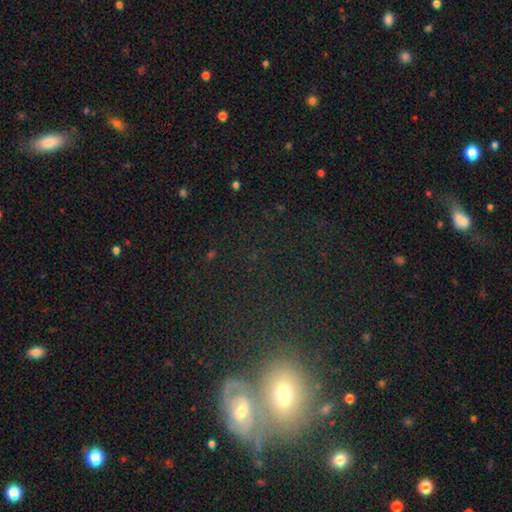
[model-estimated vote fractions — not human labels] Morphology: type=smooth (38%); merging=none (43%).